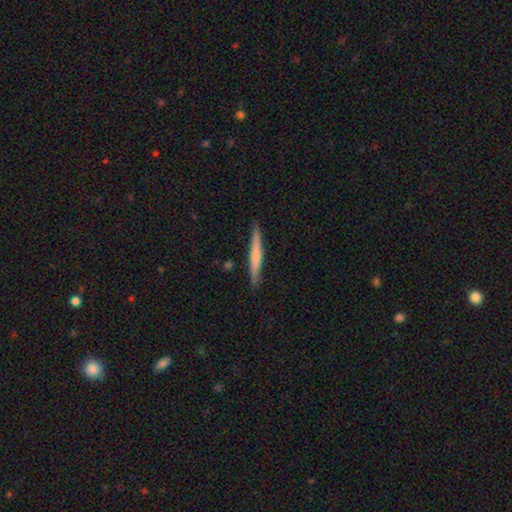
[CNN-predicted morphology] A smooth galaxy with no disk features (54%) that is cigar-shaped (96%). Merging: none (91%).